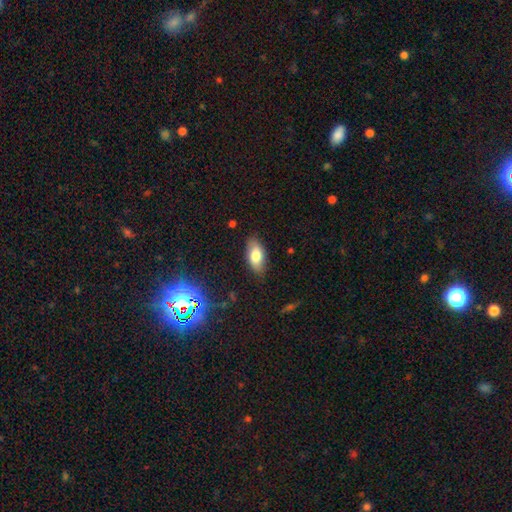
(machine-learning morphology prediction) This is likely a smooth galaxy (75%). How rounded: clearly in between (89%). Merging: clearly none (84%).